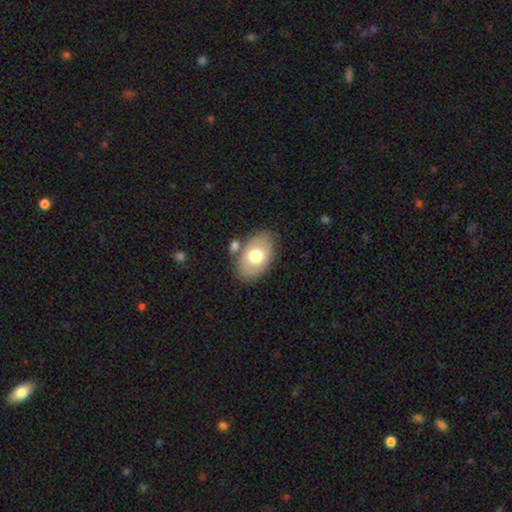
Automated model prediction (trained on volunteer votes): Smooth or featured?
  - smooth: 69% *
  - featured or disk: 25%
  - star or artifact: 6%
How rounded?
  - in between: 91% *
  - round: 8%
  - cigar-shaped: 1%
Merging?
  - none: 71% *
  - minor disturbance: 14%
  - merger: 11%
  - major disturbance: 4%